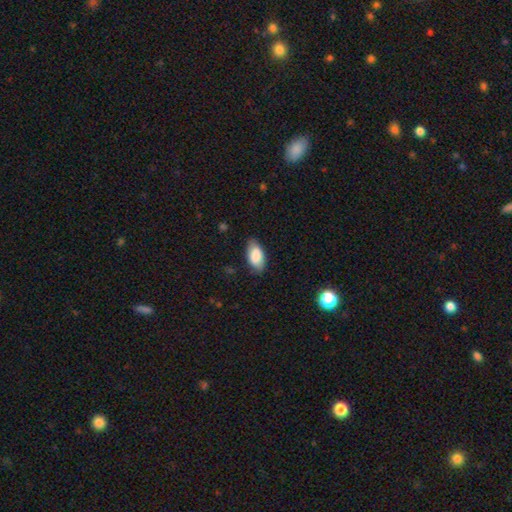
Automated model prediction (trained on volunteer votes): smooth 85%, featured or disk 9%, star or artifact 6%. Down the decision tree: how rounded — in between (93%); merging — none (81%).